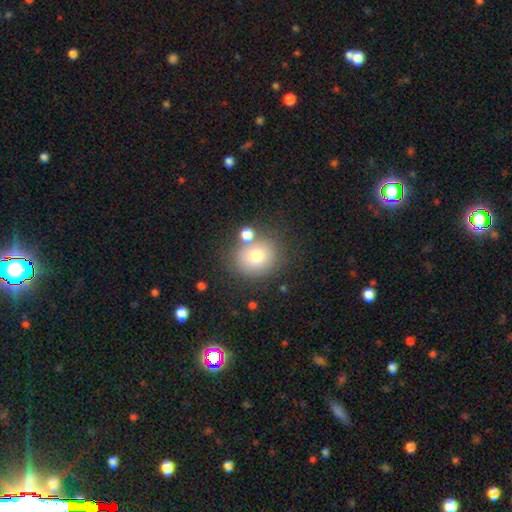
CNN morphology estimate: Overall: smooth (75%). How rounded: round (76%). Merging: none (68%).